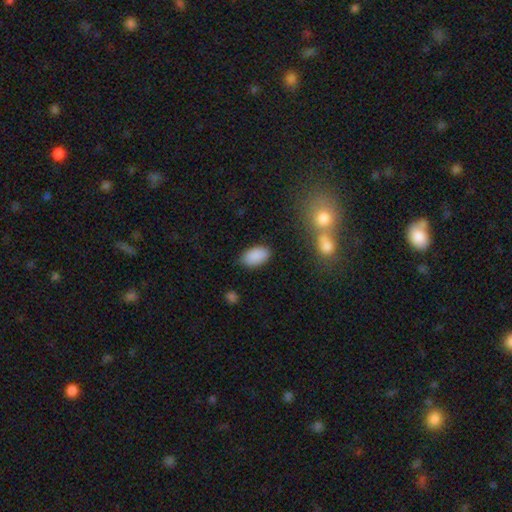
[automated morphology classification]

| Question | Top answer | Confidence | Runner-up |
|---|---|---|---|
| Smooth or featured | smooth | 89% | star or artifact (7%) |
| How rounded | in between | 94% | round (5%) |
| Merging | none | 84% | minor disturbance (12%) |